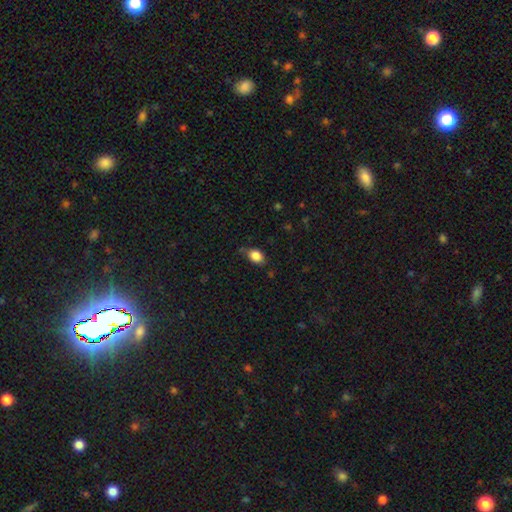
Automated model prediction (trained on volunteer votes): A smooth galaxy with no disk features (86%) that is in between round and cigar-shaped (80%). Merging: none (73%).